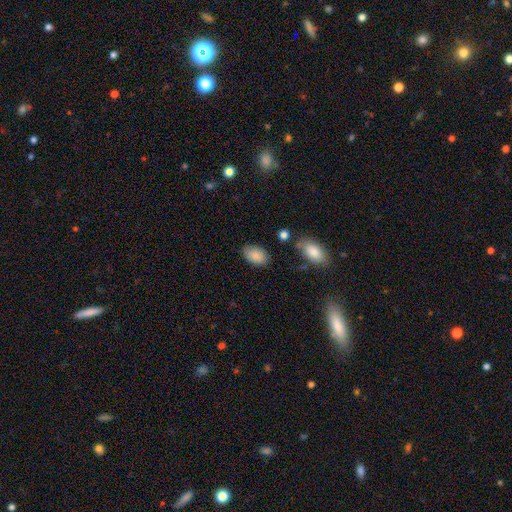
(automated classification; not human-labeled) Smooth or featured?
  - smooth: 88% *
  - star or artifact: 7%
  - featured or disk: 5%
How rounded?
  - in between: 90% *
  - round: 9%
  - cigar-shaped: 1%
Merging?
  - none: 79% *
  - minor disturbance: 15%
  - major disturbance: 4%
  - merger: 3%